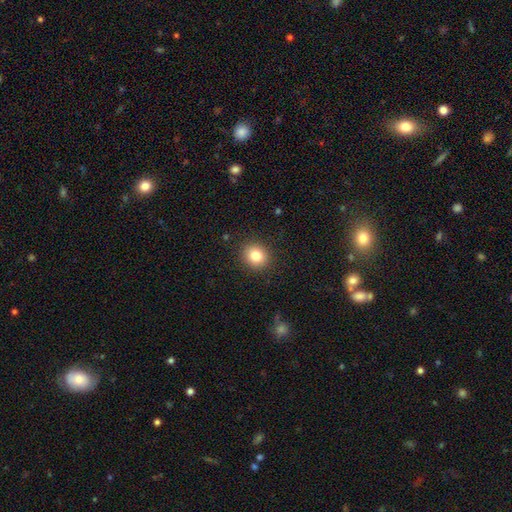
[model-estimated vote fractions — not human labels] smooth_or_featured: smooth (p=0.82) [alt: star or artifact p=0.11]
how_rounded: round (p=0.79) [alt: in between p=0.20]
merging: none (p=0.90) [alt: minor disturbance p=0.07]